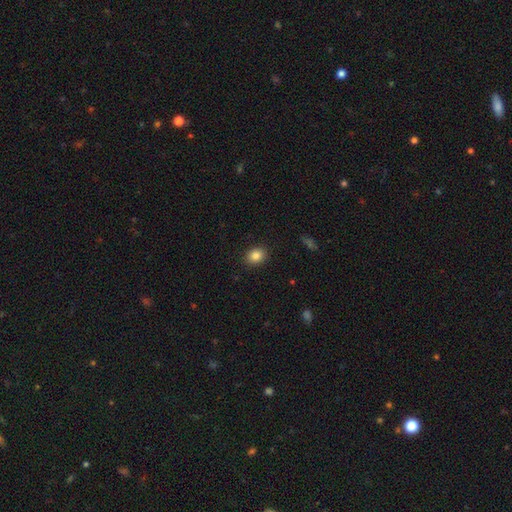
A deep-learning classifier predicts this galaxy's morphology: Smooth or featured? Predicted: smooth (p=0.85). How rounded? Predicted: in between (p=0.51). Merging? Predicted: none (p=0.90).